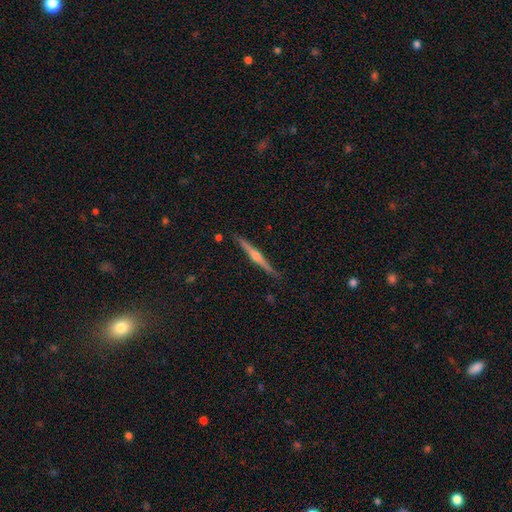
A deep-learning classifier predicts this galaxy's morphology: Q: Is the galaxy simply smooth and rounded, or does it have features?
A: featured or disk — 83%.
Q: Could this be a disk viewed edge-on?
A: yes — 98%.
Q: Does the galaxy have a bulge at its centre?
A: rounded — 89%.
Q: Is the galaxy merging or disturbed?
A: none — 89%.